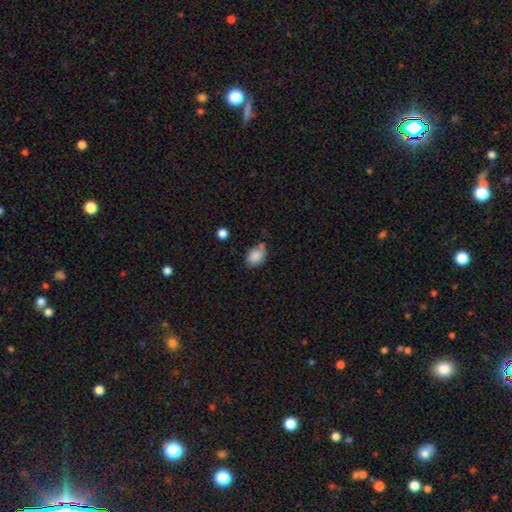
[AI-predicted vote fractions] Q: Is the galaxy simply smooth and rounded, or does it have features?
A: smooth — 86%.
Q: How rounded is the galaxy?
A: in between — 68%.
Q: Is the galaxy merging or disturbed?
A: none — 58%.